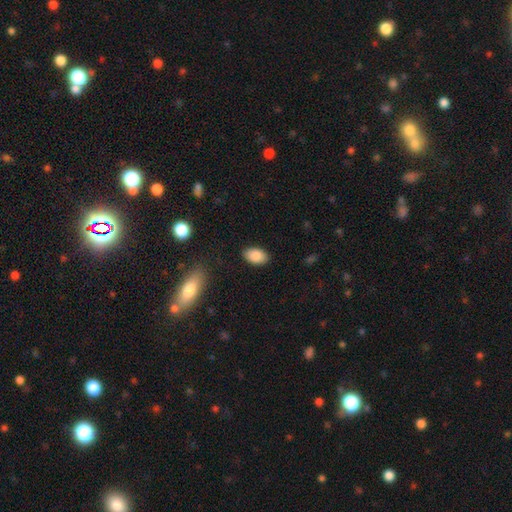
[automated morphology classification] Smooth or featured? smooth (87%)
How rounded? in between (92%)
Merging? none (87%)